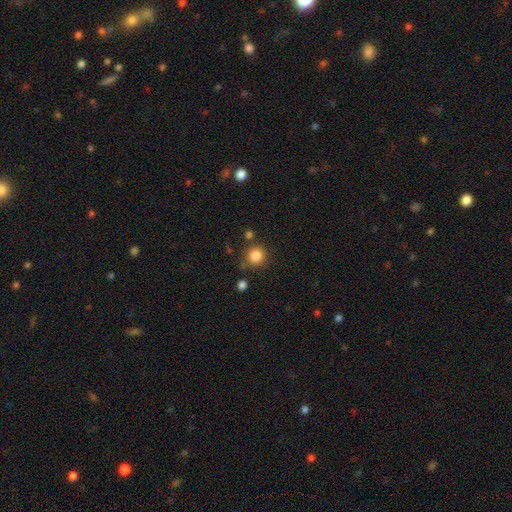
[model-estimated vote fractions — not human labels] Morphology: type=smooth (84%); roundness=round (92%); merging=none (79%).